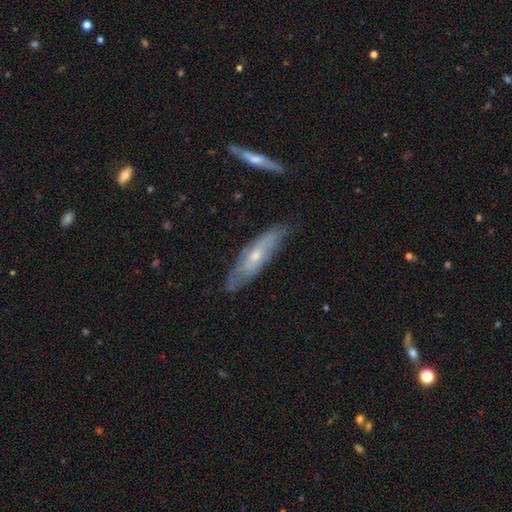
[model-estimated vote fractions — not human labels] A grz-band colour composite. It shows a featured or disk galaxy (55%). Merging: none (74%).